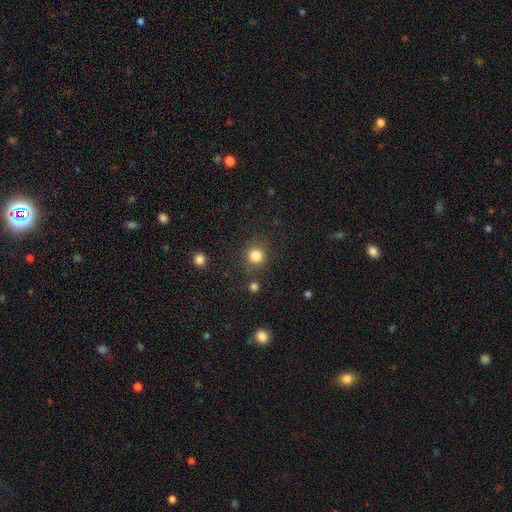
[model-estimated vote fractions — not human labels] The model was most divided on "smooth or featured": smooth: 83%, star or artifact: 12%, featured or disk: 4%. More confident: how rounded — round (91%); merging — none (84%).